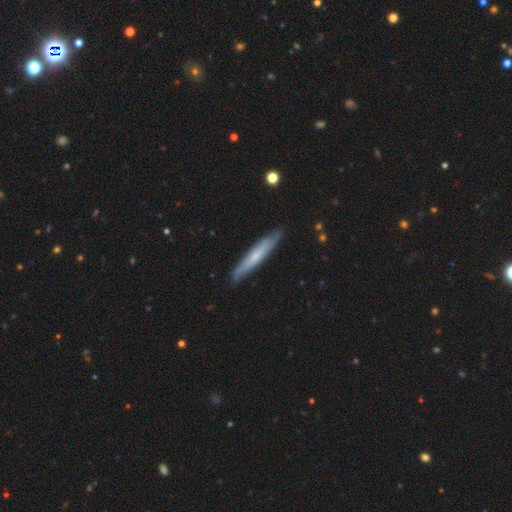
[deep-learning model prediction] This appears to be a smooth galaxy with no disk features (48%). Merging: none (84%).